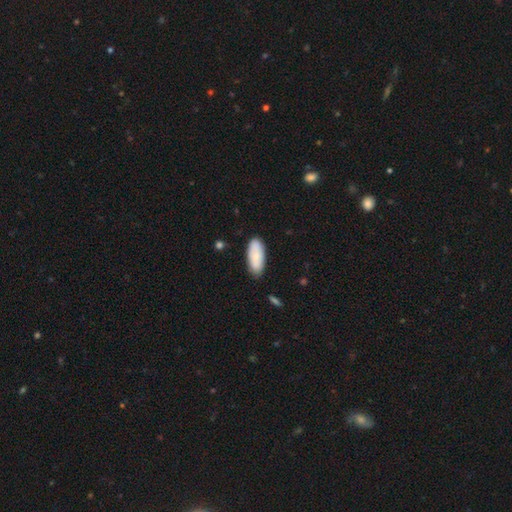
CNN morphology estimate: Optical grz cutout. It shows a smooth galaxy with no disk features (76%) that is in between round and cigar-shaped (87%). Merging: none (80%).